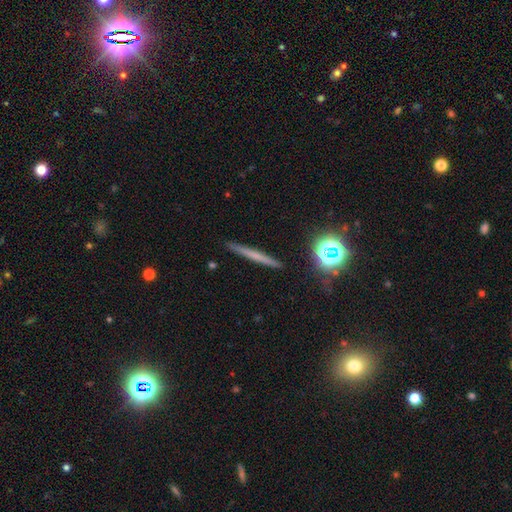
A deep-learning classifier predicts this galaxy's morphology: Smooth or featured? smooth (46%)
Merging? none (91%)